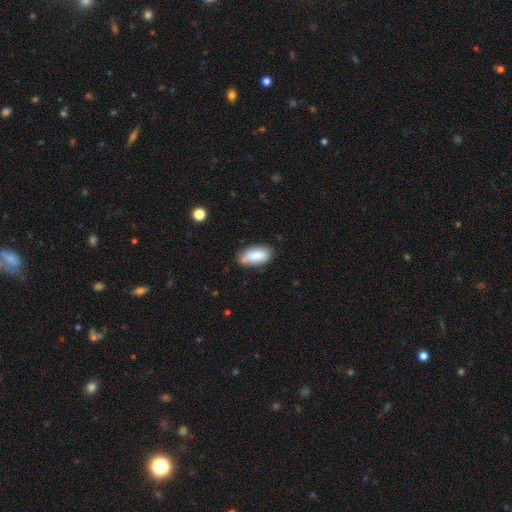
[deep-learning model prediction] Smooth or featured: smooth — 83% (featured or disk — 10%)
How rounded: in between — 91% (cigar-shaped — 7%)
Merging: none — 71% (minor disturbance — 21%)